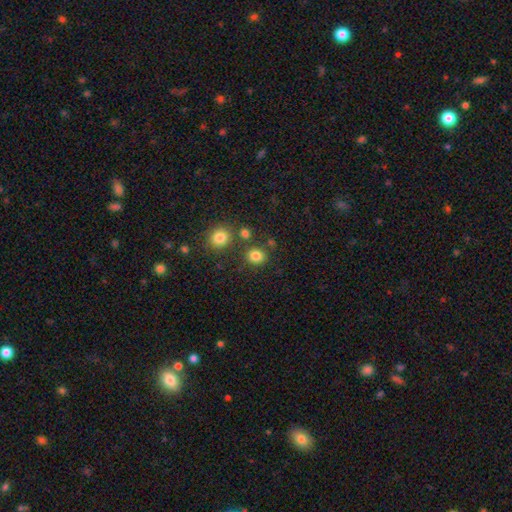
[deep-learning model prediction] The model was most divided on "how rounded": round: 77%, in between: 22%, cigar-shaped: 1%. More confident: smooth or featured — smooth (82%); merging — none (78%).